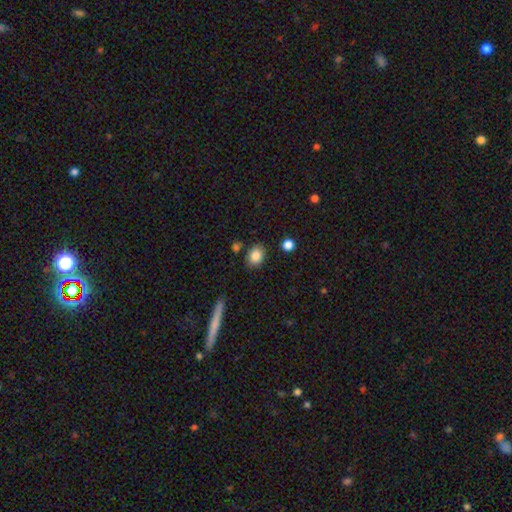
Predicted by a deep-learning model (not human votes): A smooth galaxy with no disk features (86%) that is in between round and cigar-shaped (54%). Merging: none (82%).